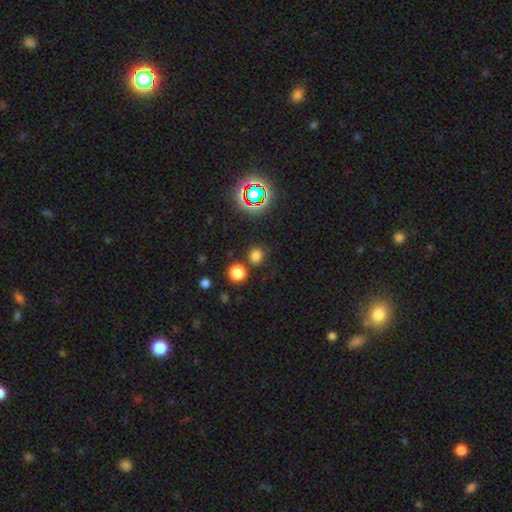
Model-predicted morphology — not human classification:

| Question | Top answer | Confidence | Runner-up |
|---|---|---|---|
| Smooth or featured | smooth | 73% | star or artifact (22%) |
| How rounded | round | 85% | in between (14%) |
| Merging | none | 79% | minor disturbance (9%) |